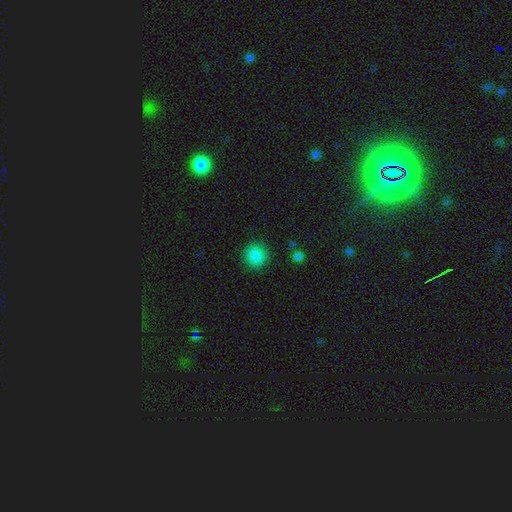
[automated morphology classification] Smooth or featured: smooth — 86% (star or artifact — 10%)
How rounded: round — 93% (in between — 6%)
Merging: none — 90% (minor disturbance — 6%)